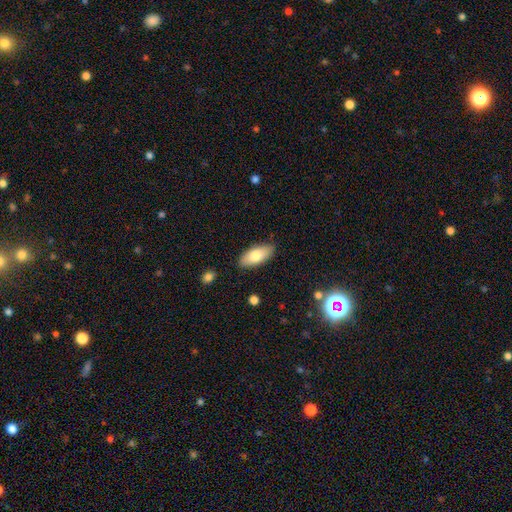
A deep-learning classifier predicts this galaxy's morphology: Smooth or featured? smooth (78%)
How rounded? in between (86%)
Merging? none (87%)